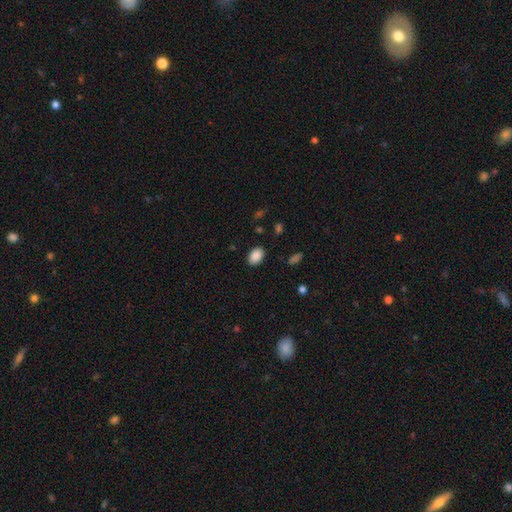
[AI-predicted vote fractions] This is clearly a smooth galaxy (89%). How rounded: clearly in between (86%). Merging: clearly none (87%).